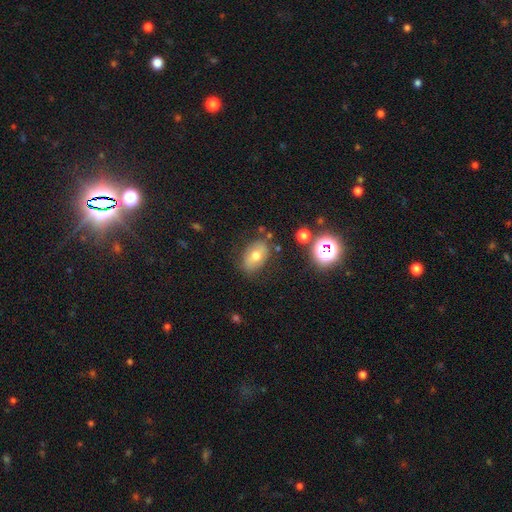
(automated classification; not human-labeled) Smooth or featured: smooth — 61% (featured or disk — 26%)
How rounded: in between — 85% (round — 14%)
Merging: none — 77% (minor disturbance — 16%)